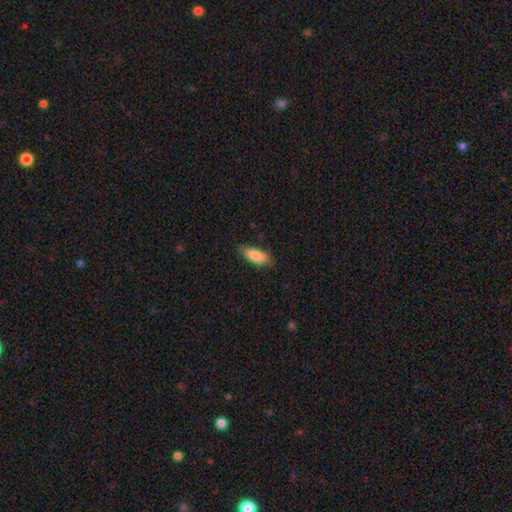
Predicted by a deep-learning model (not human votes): Smooth or featured? Predicted: smooth (p=0.83). How rounded? Predicted: in between (p=0.73). Merging? Predicted: none (p=0.80).